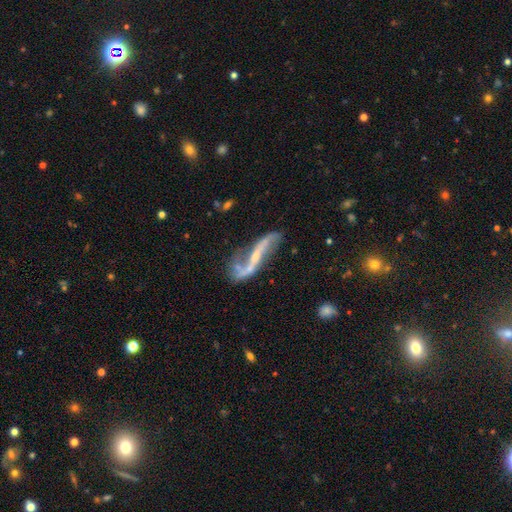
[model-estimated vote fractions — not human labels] Smooth or featured?
  - featured or disk: 81% *
  - smooth: 11%
  - star or artifact: 8%
Edge-on disk?
  - no: 80% *
  - yes: 20%
Bar?
  - strong: 36% *
  - no: 33%
  - weak: 31%
Spiral arms?
  - yes: 87% *
  - no: 13%
Spiral winding?
  - loose: 87% *
  - medium: 9%
  - tight: 4%
Spiral arm count?
  - 2: 86% *
  - 1: 7%
  - can't tell: 4%
  - 3: 1%
  - 4: 1%
  - more than 4: 1%
Bulge size?
  - small: 55% *
  - none: 22%
  - moderate: 19%
  - large: 2%
  - dominant: 1%
Merging?
  - none: 51% *
  - minor disturbance: 20%
  - major disturbance: 18%
  - merger: 11%